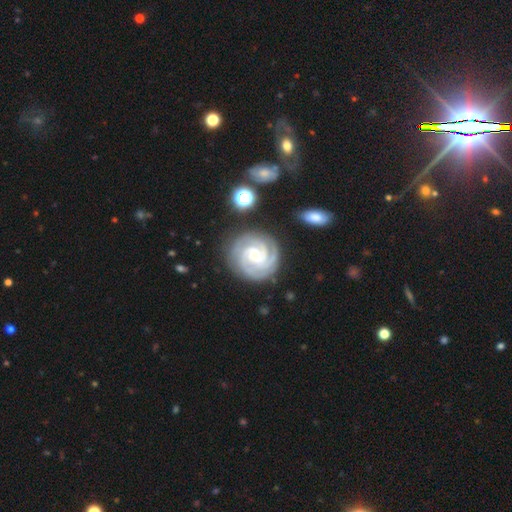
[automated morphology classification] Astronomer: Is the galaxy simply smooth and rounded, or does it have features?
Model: featured or disk — 89%.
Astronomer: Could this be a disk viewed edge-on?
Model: no — 98%.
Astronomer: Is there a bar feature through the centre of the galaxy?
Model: weak — 44% (runner-up: no, 39%).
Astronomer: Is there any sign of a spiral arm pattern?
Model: yes — 99%.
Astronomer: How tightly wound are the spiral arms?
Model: tight — 77%.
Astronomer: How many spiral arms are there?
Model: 3 — 40% (runner-up: 2, 20%).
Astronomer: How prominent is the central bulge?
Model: small — 55% (runner-up: moderate, 35%).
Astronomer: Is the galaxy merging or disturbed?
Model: none — 81%.